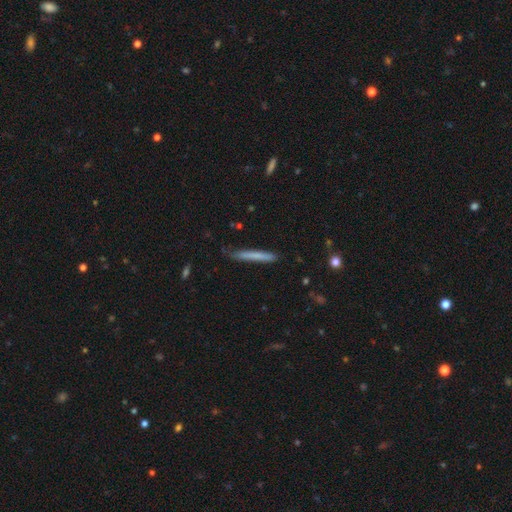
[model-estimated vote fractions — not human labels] This appears to be a smooth galaxy with no disk features (69%) that is cigar-shaped (96%). Merging: none (76%).